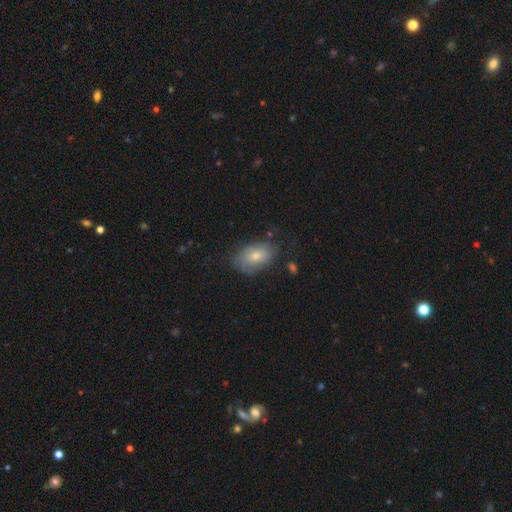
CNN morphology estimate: The model was most divided on "merging": none: 65%, minor disturbance: 25%, major disturbance: 8%, merger: 2%. More confident: how rounded — in between (86%); smooth or featured — smooth (65%).